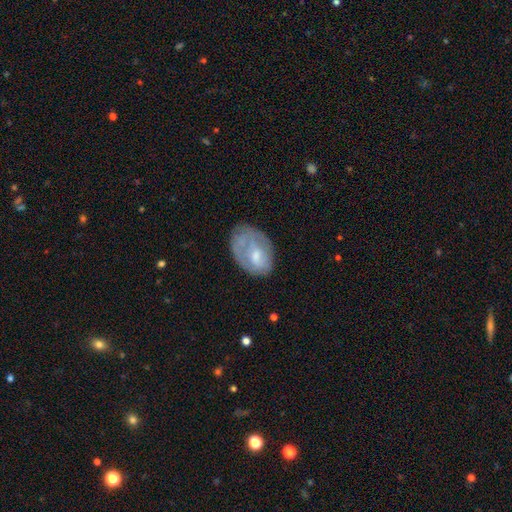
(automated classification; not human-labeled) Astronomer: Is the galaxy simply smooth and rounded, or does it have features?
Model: smooth — 52% (runner-up: featured or disk, 41%).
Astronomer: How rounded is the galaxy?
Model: in between — 83%.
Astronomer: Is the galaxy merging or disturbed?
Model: none — 48% (runner-up: minor disturbance, 31%).